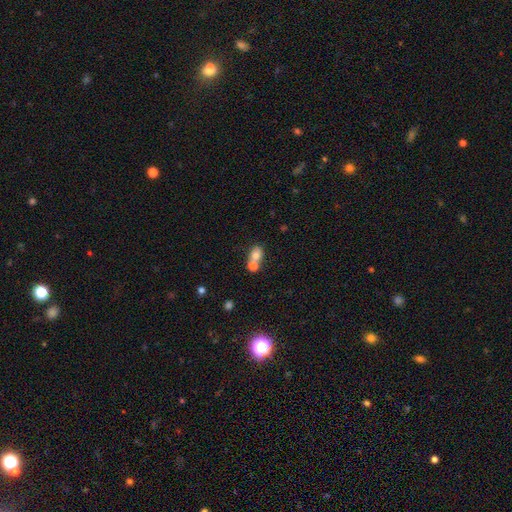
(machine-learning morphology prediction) Smooth or featured? smooth (74%)
How rounded? round (52%)
Merging? merger (58%)